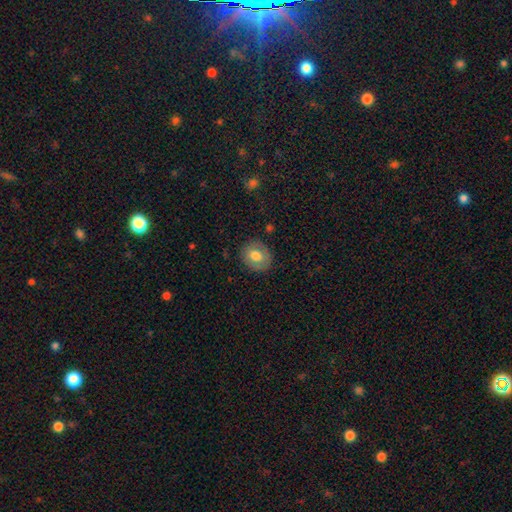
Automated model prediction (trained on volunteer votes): Q: Smooth or featured?
A: smooth (68%); runner-up: featured or disk (25%)
Q: How rounded?
A: round (67%); runner-up: in between (32%)
Q: Merging?
A: none (84%); runner-up: minor disturbance (12%)